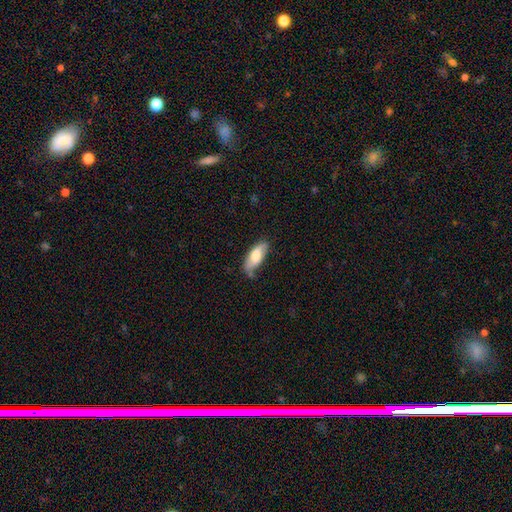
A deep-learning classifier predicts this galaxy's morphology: Q: Smooth or featured?
A: smooth (72%); runner-up: featured or disk (23%)
Q: How rounded?
A: in between (79%); runner-up: cigar-shaped (18%)
Q: Merging?
A: none (59%); runner-up: minor disturbance (31%)